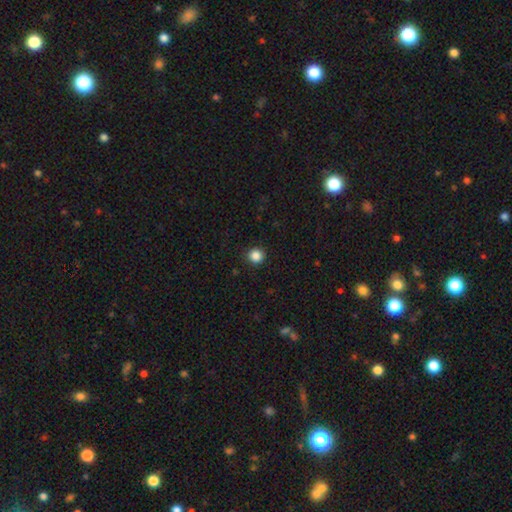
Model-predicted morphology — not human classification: Smooth or featured?
  - smooth: 86% *
  - star or artifact: 11%
  - featured or disk: 3%
How rounded?
  - round: 94% *
  - in between: 5%
  - cigar-shaped: 1%
Merging?
  - none: 92% *
  - minor disturbance: 5%
  - major disturbance: 2%
  - merger: 1%